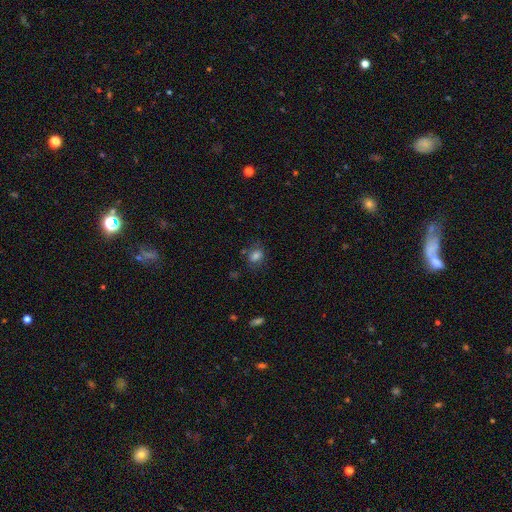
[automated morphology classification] Q: Smooth or featured?
A: smooth (75%); runner-up: star or artifact (13%)
Q: How rounded?
A: in between (54%); runner-up: round (45%)
Q: Merging?
A: none (70%); runner-up: minor disturbance (18%)